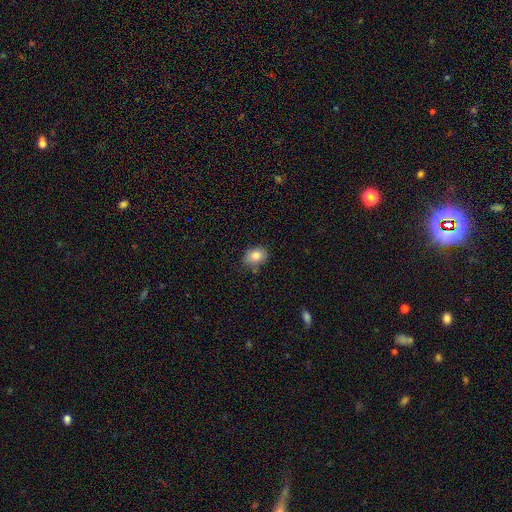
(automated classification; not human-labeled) smooth 82%, star or artifact 9%, featured or disk 9%. Down the decision tree: how rounded — in between (67%); merging — none (74%).